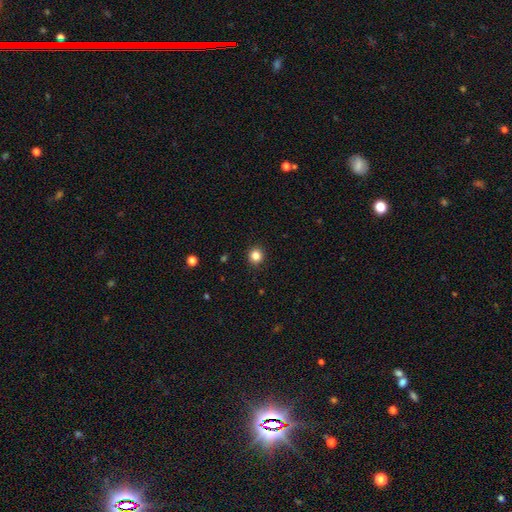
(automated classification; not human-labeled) smooth 84%, star or artifact 12%, featured or disk 4%. Down the decision tree: how rounded — round (91%); merging — none (92%).